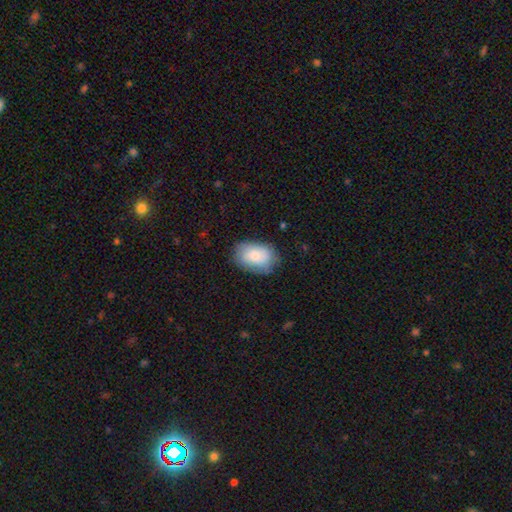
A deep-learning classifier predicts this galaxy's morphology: smooth 76%, featured or disk 17%, star or artifact 7%. Down the decision tree: how rounded — in between (84%); merging — none (75%).